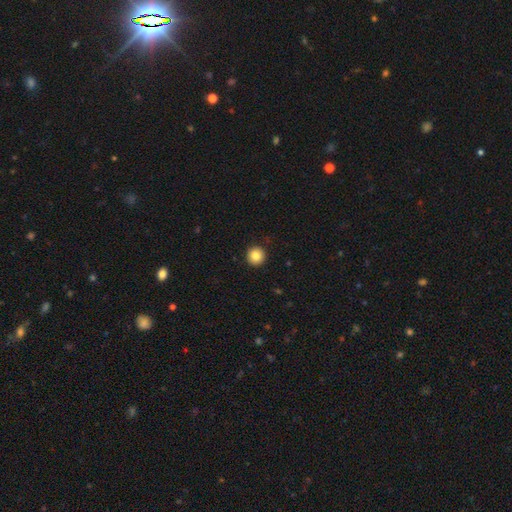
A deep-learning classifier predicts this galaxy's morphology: Overall: smooth (84%). How rounded: round (96%). Merging: none (93%).